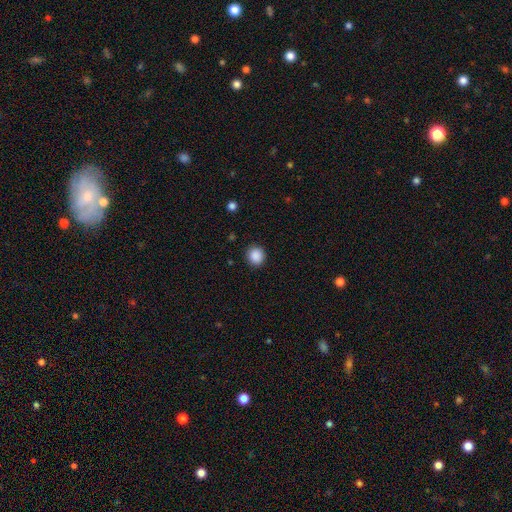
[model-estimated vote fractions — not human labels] A smooth galaxy with no disk features (88%) that is round (88%).

Vote fractions:
- Smooth or featured? smooth: 88% / star or artifact: 9% / featured or disk: 3%
- How rounded? round: 88% / in between: 11% / cigar-shaped: 1%
- Merging? none: 90% / minor disturbance: 7% / major disturbance: 2% / merger: 1%